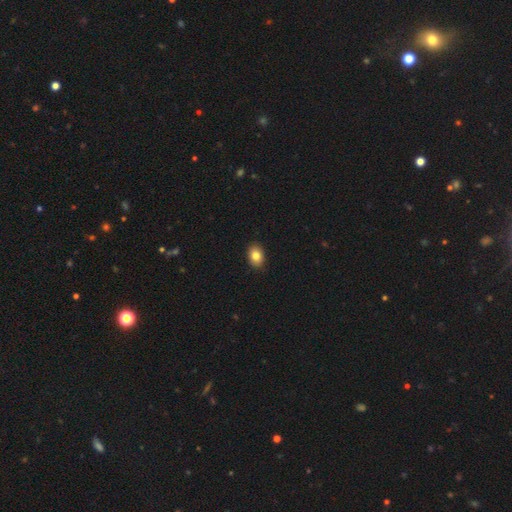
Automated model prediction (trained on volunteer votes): smooth-or-featured: smooth: 83% | star or artifact: 9% | featured or disk: 8%
  how-rounded: in between: 76% | round: 22% | cigar-shaped: 1%
  merging: none: 90% | minor disturbance: 7% | major disturbance: 2% | merger: 1%